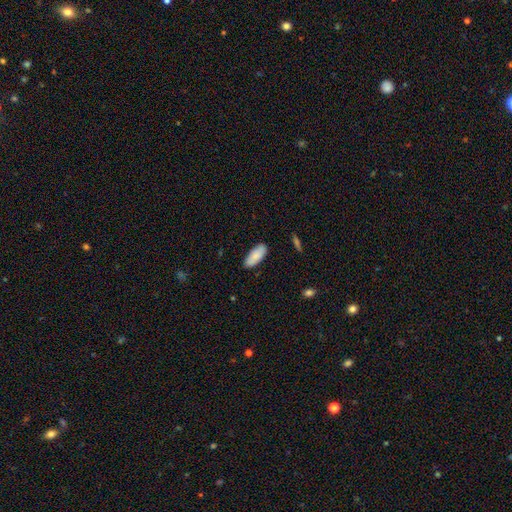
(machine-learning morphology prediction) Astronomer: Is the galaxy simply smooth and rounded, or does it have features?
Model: smooth — 84%.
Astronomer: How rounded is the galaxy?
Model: in between — 85%.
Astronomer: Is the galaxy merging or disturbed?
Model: none — 84%.